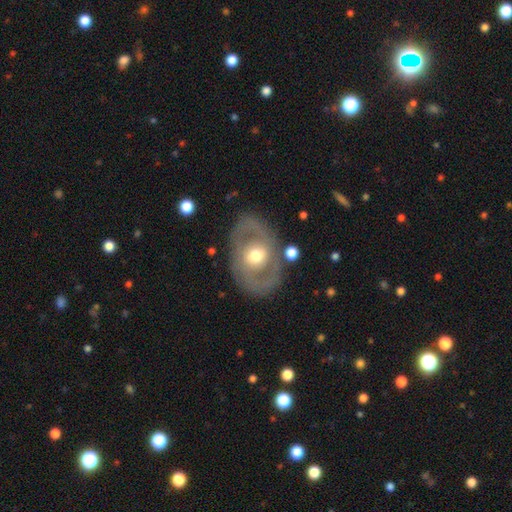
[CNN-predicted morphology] smooth-or-featured: featured or disk: 63% | smooth: 31% | star or artifact: 6%
  disk-edge-on: no: 93% | yes: 7%
    bar: no: 68% | weak: 23% | strong: 9%
    has-spiral-arms: no: 67% | yes: 33%
    bulge-size: moderate: 68% | large: 18% | small: 11% | dominant: 2% | none: 1%
  merging: none: 78% | minor disturbance: 12% | major disturbance: 7% | merger: 3%